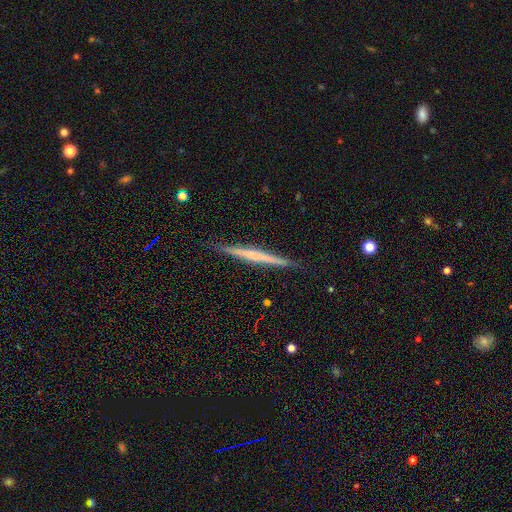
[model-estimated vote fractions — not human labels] Q: Smooth or featured?
A: featured or disk (65%); runner-up: smooth (30%)
Q: Edge-on disk?
A: yes (98%); runner-up: no (2%)
Q: Edge-on bulge?
A: none (58%); runner-up: rounded (32%)
Q: Merging?
A: none (90%); runner-up: minor disturbance (7%)